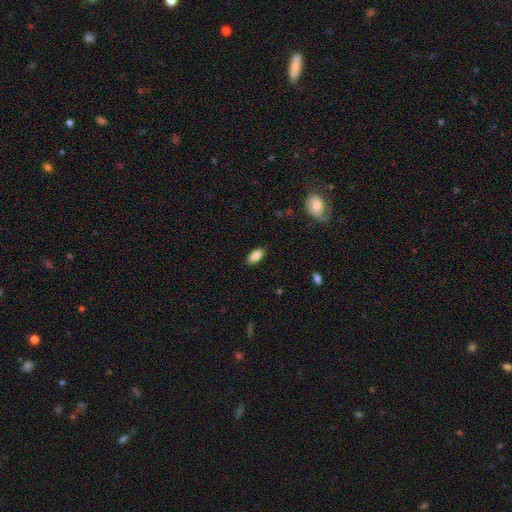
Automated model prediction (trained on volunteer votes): Smooth or featured? Predicted: smooth (p=0.86). How rounded? Predicted: in between (p=0.91). Merging? Predicted: none (p=0.88).